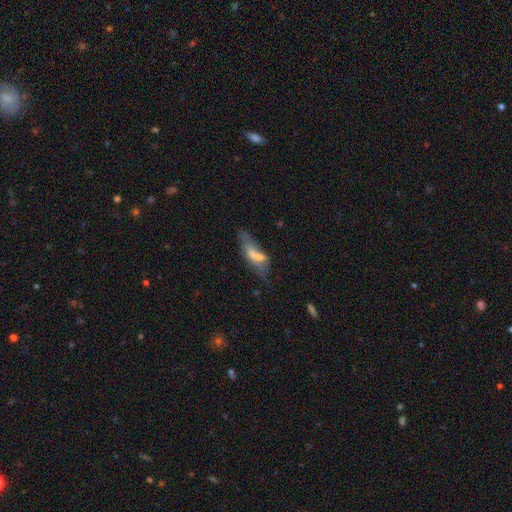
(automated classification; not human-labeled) Morphology: type=smooth (53%); roundness=in between (60%); merging=none (33%).